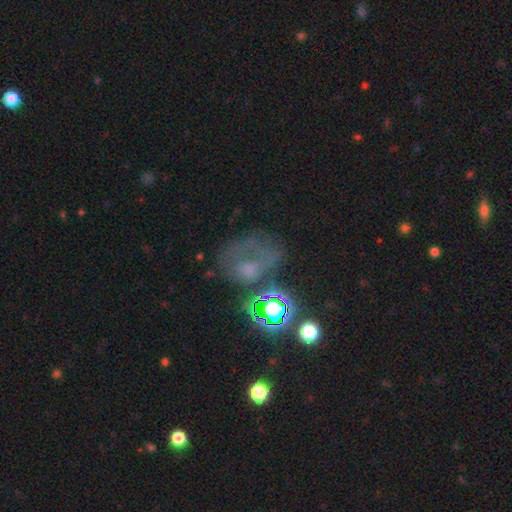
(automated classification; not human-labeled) This appears to be a star or artifact, not a galaxy (44%).